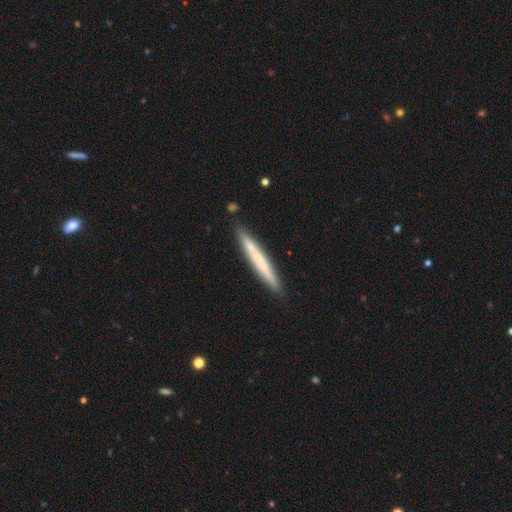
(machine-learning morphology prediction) Smooth or featured?
  - smooth: 56% *
  - featured or disk: 38%
  - star or artifact: 6%
How rounded?
  - cigar-shaped: 97% *
  - in between: 2%
  - round: 1%
Merging?
  - none: 89% *
  - minor disturbance: 8%
  - merger: 2%
  - major disturbance: 1%